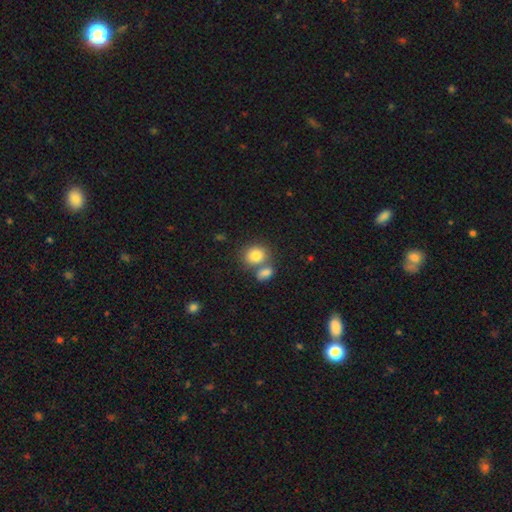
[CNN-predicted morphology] A smooth galaxy with no disk features (82%) that is round (64%).

Vote fractions:
- Smooth or featured? smooth: 82% / star or artifact: 9% / featured or disk: 9%
- How rounded? round: 64% / in between: 35% / cigar-shaped: 1%
- Merging? none: 47% / merger: 39% / minor disturbance: 9% / major disturbance: 4%